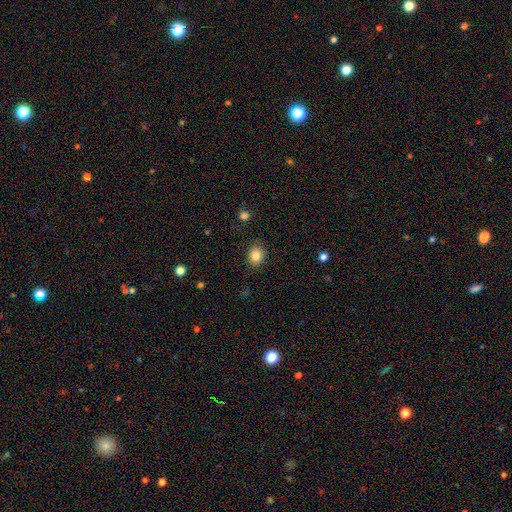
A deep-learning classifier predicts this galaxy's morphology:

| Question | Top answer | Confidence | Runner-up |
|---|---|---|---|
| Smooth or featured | smooth | 84% | star or artifact (10%) |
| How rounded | round | 59% | in between (40%) |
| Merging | none | 87% | minor disturbance (10%) |